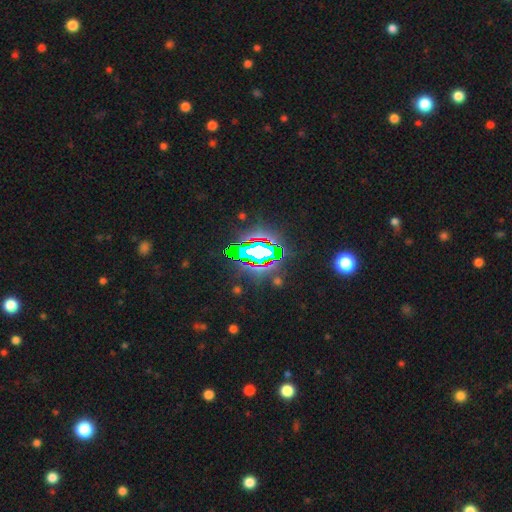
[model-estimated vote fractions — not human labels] The model was most divided on "smooth or featured": star or artifact: 80%, smooth: 11%, featured or disk: 9%.